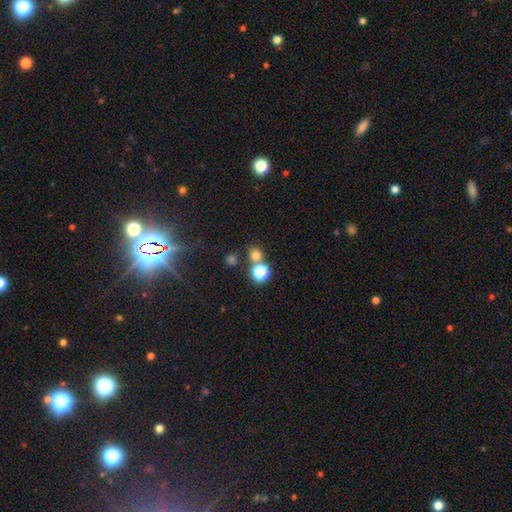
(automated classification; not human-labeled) Smooth or featured? Predicted: smooth (p=0.71). How rounded? Predicted: round (p=0.86). Merging? Predicted: none (p=0.66).